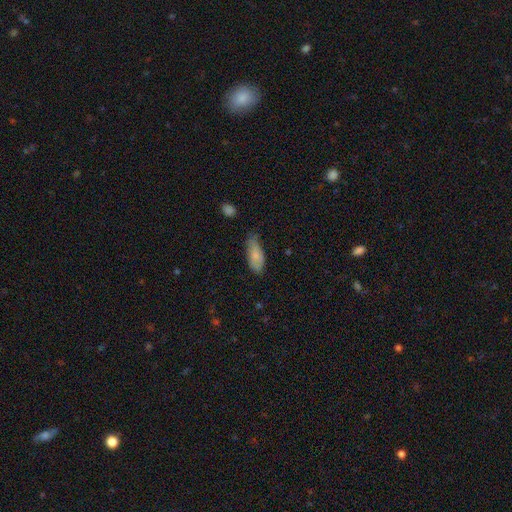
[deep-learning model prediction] Smooth or featured? smooth (81%)
How rounded? in between (77%)
Merging? none (58%)